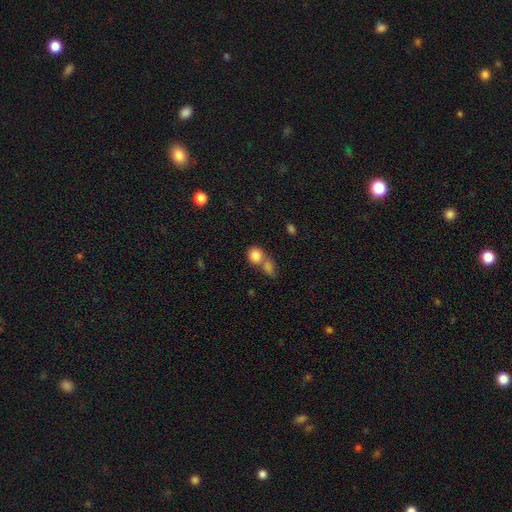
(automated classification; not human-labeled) Q: Smooth or featured?
A: smooth (84%); runner-up: star or artifact (9%)
Q: How rounded?
A: round (76%); runner-up: in between (23%)
Q: Merging?
A: merger (45%); runner-up: none (42%)